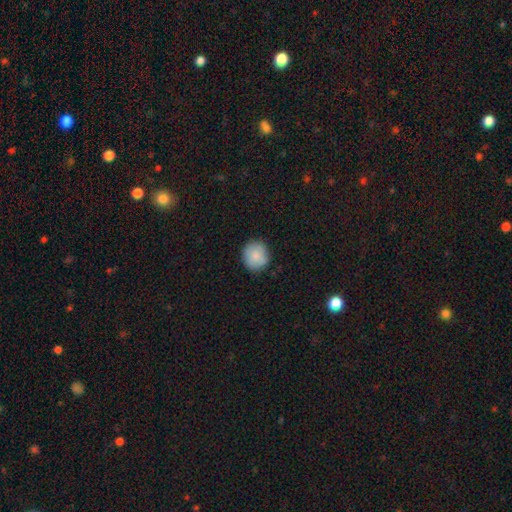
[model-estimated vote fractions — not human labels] The model was most divided on "merging": none: 85%, minor disturbance: 11%, major disturbance: 2%, merger: 1%. More confident: how rounded — round (89%); smooth or featured — smooth (85%).